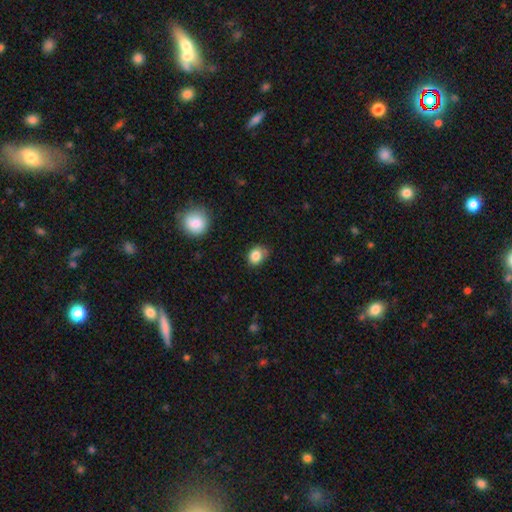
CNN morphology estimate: smooth_or_featured: smooth (p=0.84) [alt: star or artifact p=0.10]
how_rounded: in between (p=0.50) [tied with: round p=0.50]
merging: none (p=0.63) [alt: minor disturbance p=0.29]